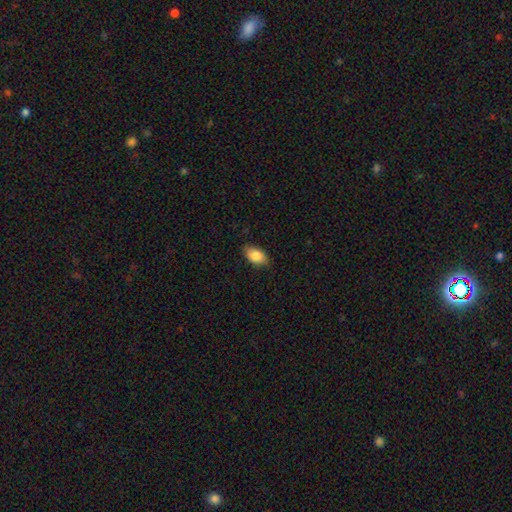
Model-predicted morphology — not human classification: Q: Smooth or featured?
A: smooth (86%); runner-up: star or artifact (7%)
Q: How rounded?
A: in between (92%); runner-up: round (6%)
Q: Merging?
A: none (85%); runner-up: minor disturbance (12%)